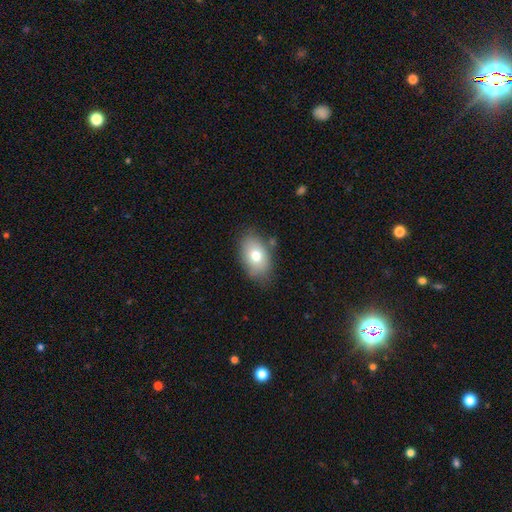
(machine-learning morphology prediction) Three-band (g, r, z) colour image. It shows a smooth galaxy with no disk features (74%) that is in between round and cigar-shaped (88%). Merging: none (76%).